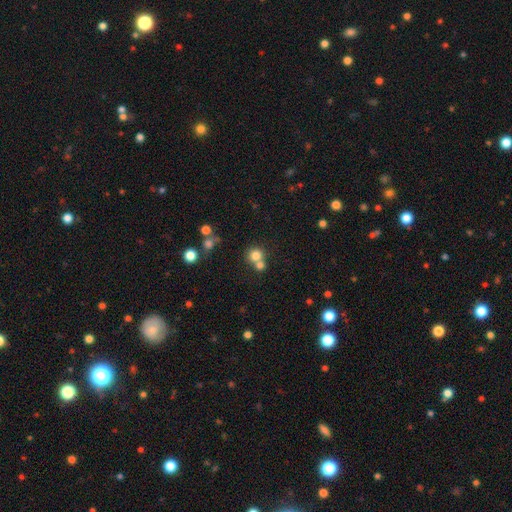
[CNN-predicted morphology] Overall: smooth (77%). How rounded: round (88%). Merging: none (50%; merger 41%).